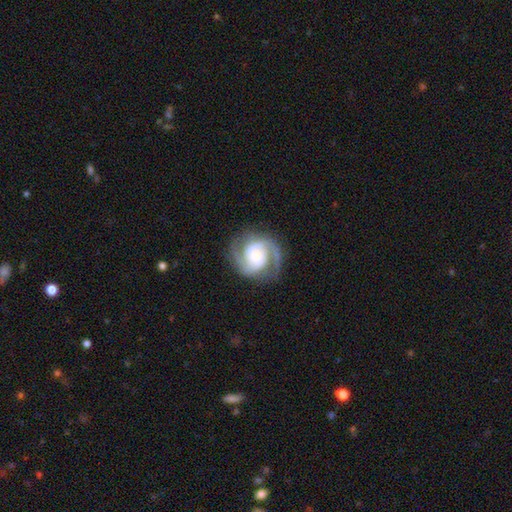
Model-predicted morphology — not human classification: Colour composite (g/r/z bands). It shows a featured or disk galaxy (88%) with no bar (60%), 2 (86%) medium (50%) spiral arms (98%) and a small central bulge (41%). Merging: none (79%).